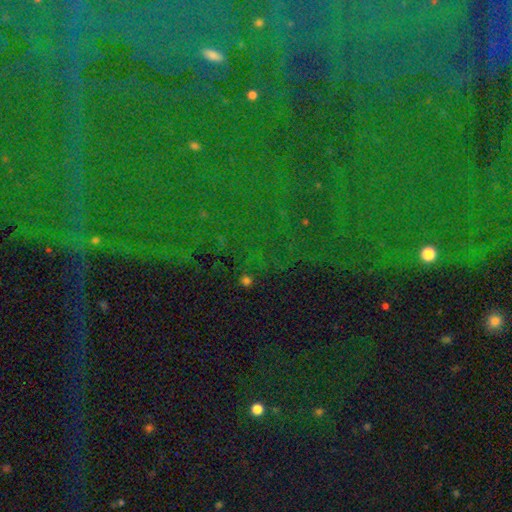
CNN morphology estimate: Smooth or featured: star or artifact — 80% (smooth — 11%)